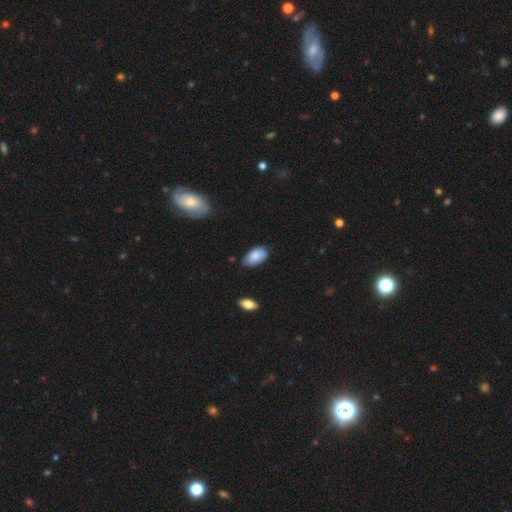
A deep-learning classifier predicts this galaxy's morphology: type=smooth (85%); roundness=in between (94%); merging=none (64%).